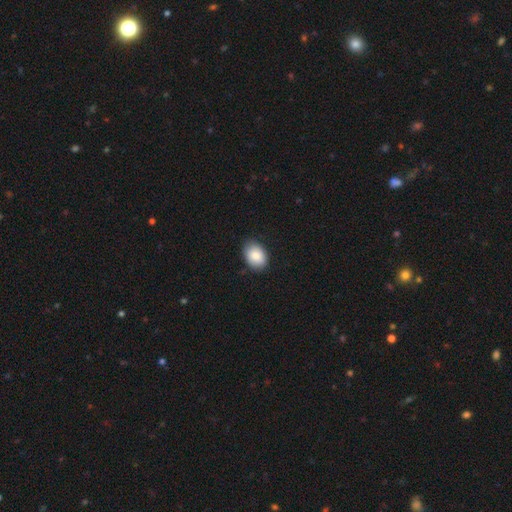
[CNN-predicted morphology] Smooth or featured? smooth (86%)
How rounded? in between (81%)
Merging? none (83%)